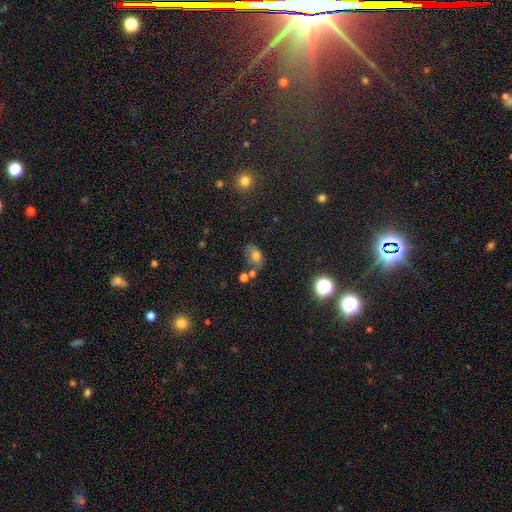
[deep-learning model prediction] Smooth or featured?
  - smooth: 69% *
  - star or artifact: 16%
  - featured or disk: 15%
How rounded?
  - in between: 78% *
  - round: 20%
  - cigar-shaped: 2%
Merging?
  - none: 40% *
  - minor disturbance: 27%
  - merger: 18%
  - major disturbance: 15%